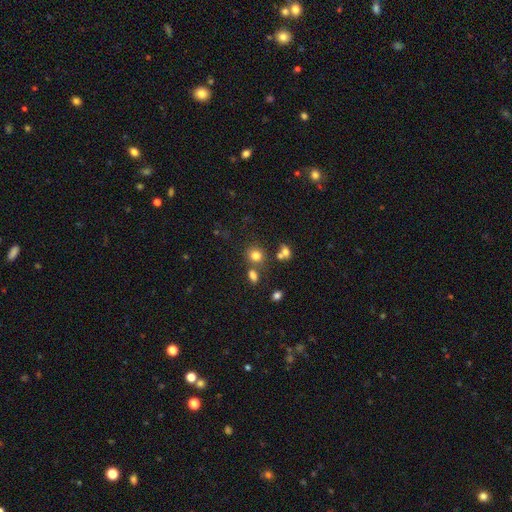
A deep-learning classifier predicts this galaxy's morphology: This is likely a smooth galaxy (77%). How rounded: likely round (75%). Merging: likely none (65%).